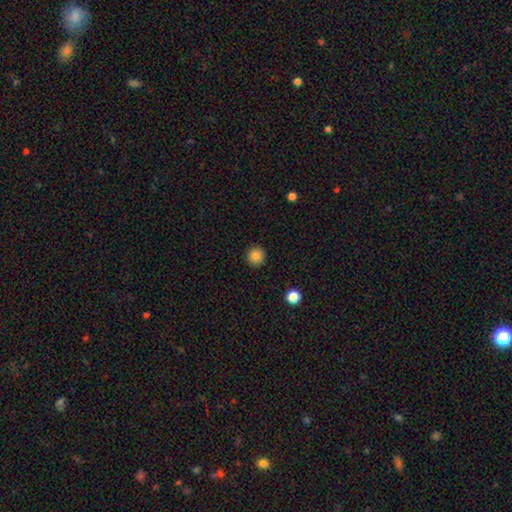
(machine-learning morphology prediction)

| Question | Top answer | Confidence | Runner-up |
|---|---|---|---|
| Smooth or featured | smooth | 84% | star or artifact (11%) |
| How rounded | round | 95% | in between (4%) |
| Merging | none | 92% | minor disturbance (5%) |